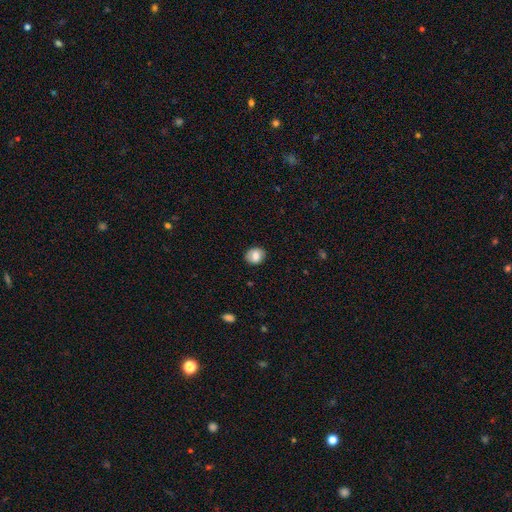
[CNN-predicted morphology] Smooth or featured?
  - smooth: 75% *
  - featured or disk: 16%
  - star or artifact: 8%
How rounded?
  - round: 57% *
  - in between: 42%
  - cigar-shaped: 1%
Merging?
  - none: 83% *
  - minor disturbance: 12%
  - major disturbance: 3%
  - merger: 1%